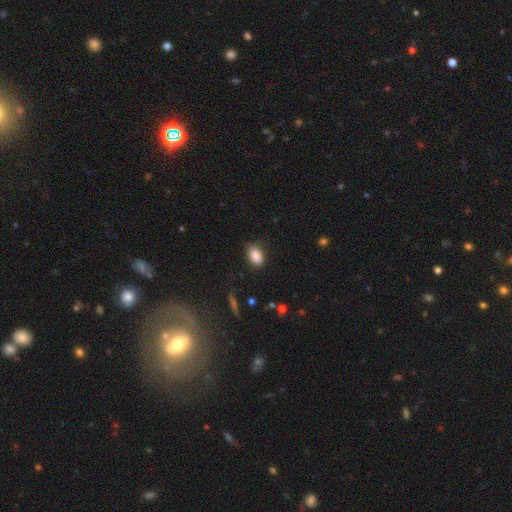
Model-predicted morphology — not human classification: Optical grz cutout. It shows a smooth galaxy with no disk features (87%) that is in between round and cigar-shaped (89%). Merging: none (75%).